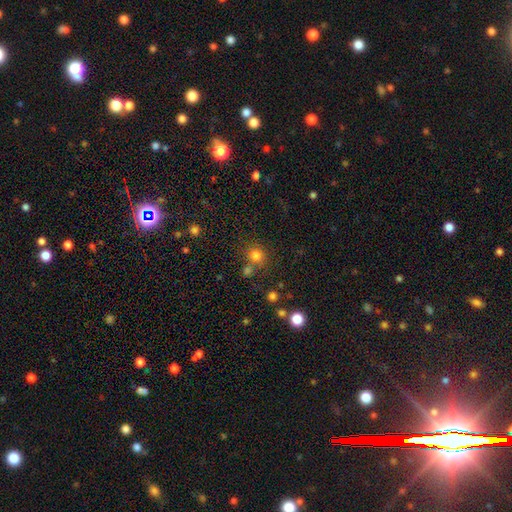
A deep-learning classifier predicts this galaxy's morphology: Smooth or featured?
  - smooth: 78% *
  - star or artifact: 16%
  - featured or disk: 6%
How rounded?
  - round: 86% *
  - in between: 13%
  - cigar-shaped: 1%
Merging?
  - none: 68% *
  - merger: 17%
  - minor disturbance: 10%
  - major disturbance: 4%